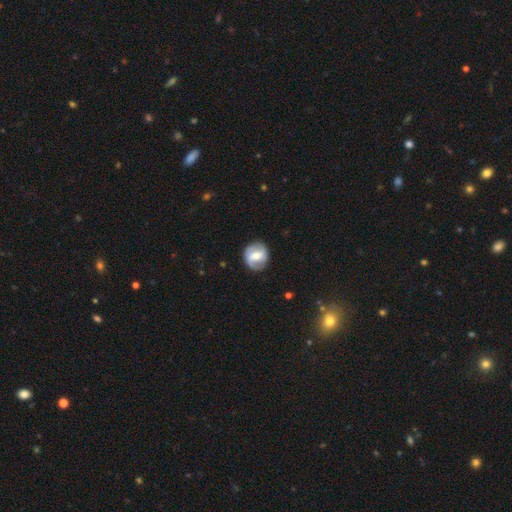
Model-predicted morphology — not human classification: A featured or disk galaxy (62%) with a weak bar (45%), spiral arms (78%) and a moderate central bulge (58%).

Vote fractions:
- Smooth or featured? featured or disk: 62% / smooth: 32% / star or artifact: 6%
- Edge-on disk? no: 97% / yes: 3%
- Bar? weak: 45% / strong: 36% / no: 18%
- Spiral arms? yes: 78% / no: 22%
- Bulge size? moderate: 58% / small: 30% / large: 8% / none: 3% / dominant: 1%
- Merging? none: 82% / minor disturbance: 13% / major disturbance: 5% / merger: 1%